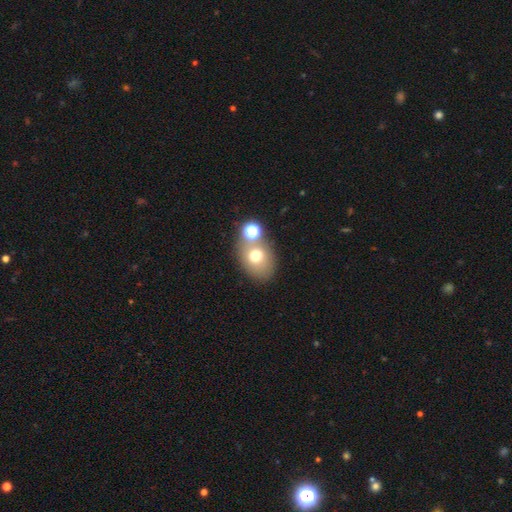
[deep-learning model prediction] Q: Smooth or featured?
A: smooth (69%); runner-up: featured or disk (17%)
Q: How rounded?
A: in between (55%); runner-up: round (44%)
Q: Merging?
A: none (60%); runner-up: merger (23%)